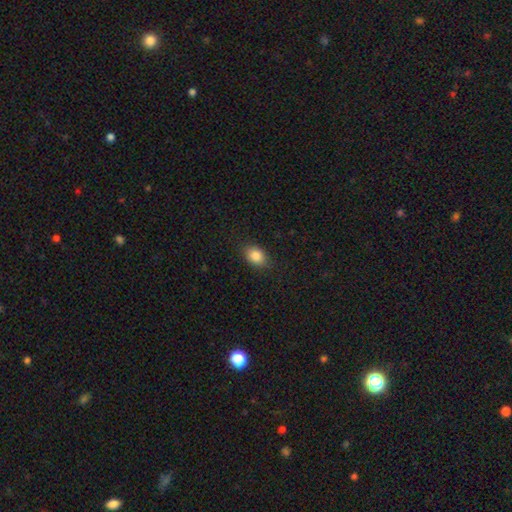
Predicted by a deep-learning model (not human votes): Smooth or featured? smooth (86%)
How rounded? in between (80%)
Merging? none (86%)